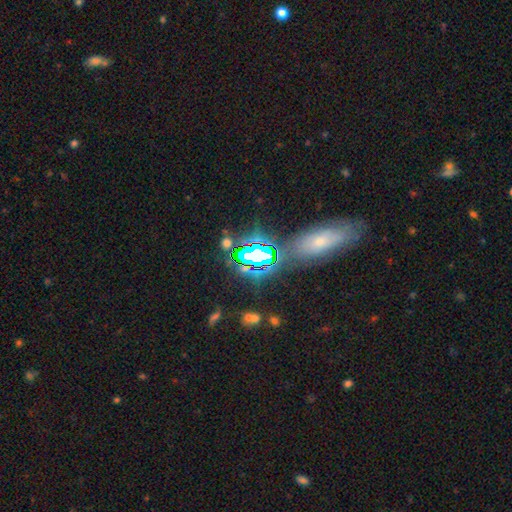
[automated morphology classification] A star or artifact, not a galaxy (71%).